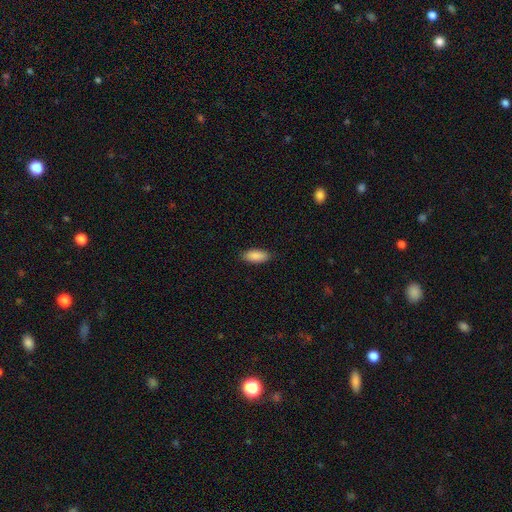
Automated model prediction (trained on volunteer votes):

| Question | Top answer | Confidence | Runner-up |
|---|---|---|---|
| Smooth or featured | smooth | 90% | star or artifact (6%) |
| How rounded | in between | 87% | cigar-shaped (11%) |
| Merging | none | 88% | minor disturbance (9%) |